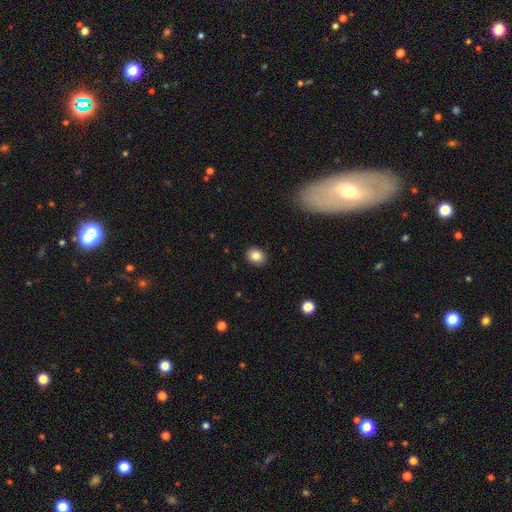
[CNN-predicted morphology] This is clearly a smooth galaxy (84%). How rounded: possibly round (58%). Merging: clearly none (90%).